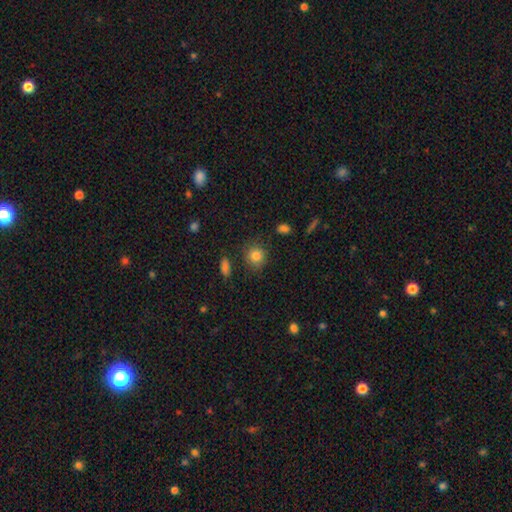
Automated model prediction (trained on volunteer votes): smooth_or_featured: smooth (p=0.83) [alt: star or artifact p=0.11]
how_rounded: round (p=0.84) [alt: in between p=0.15]
merging: none (p=0.81) [alt: minor disturbance p=0.13]